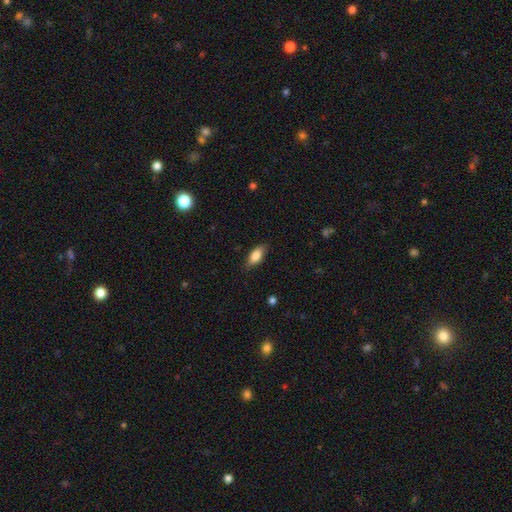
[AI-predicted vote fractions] Smooth or featured?
  - smooth: 83% *
  - featured or disk: 10%
  - star or artifact: 7%
How rounded?
  - in between: 85% *
  - cigar-shaped: 11%
  - round: 3%
Merging?
  - none: 82% *
  - minor disturbance: 14%
  - major disturbance: 3%
  - merger: 1%